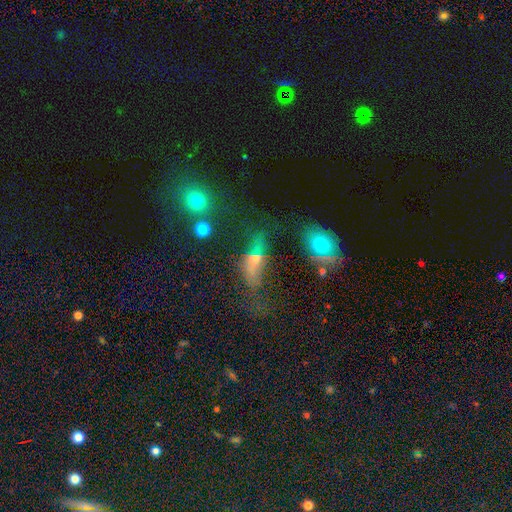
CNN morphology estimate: Smooth or featured?
  - smooth: 44% *
  - featured or disk: 34%
  - star or artifact: 22%
Merging?
  - none: 36% *
  - major disturbance: 28%
  - minor disturbance: 19%
  - merger: 17%